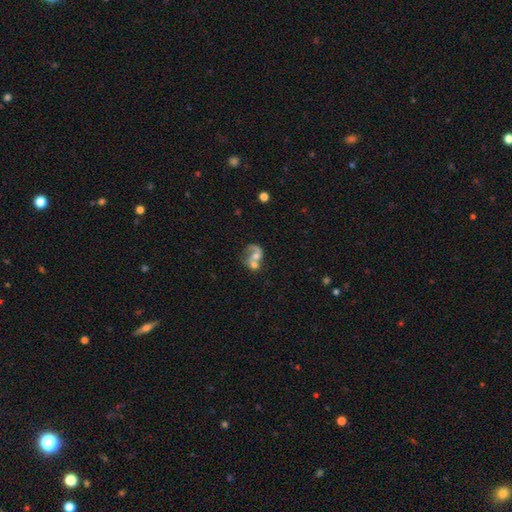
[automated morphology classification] Smooth or featured? featured or disk (57%)
Edge-on disk? no (98%)
Bar? no (73%)
Spiral arms? yes (69%)
Bulge size? moderate (46%)
Merging? merger (60%)